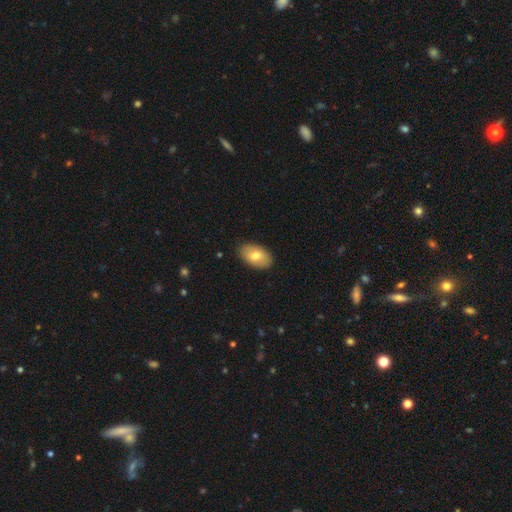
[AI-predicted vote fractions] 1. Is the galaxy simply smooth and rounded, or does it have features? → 73% smooth, 21% featured or disk, 6% star or artifact.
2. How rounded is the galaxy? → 93% in between, 6% round, 1% cigar-shaped.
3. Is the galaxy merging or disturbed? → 87% none, 10% minor disturbance, 2% major disturbance, 1% merger.